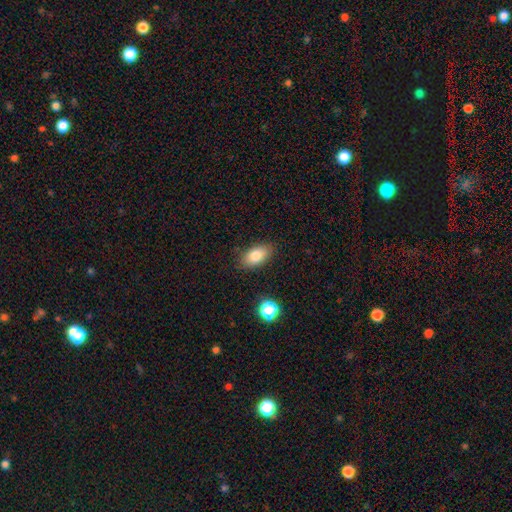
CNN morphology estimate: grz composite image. It shows a smooth galaxy with no disk features (81%) that is in between round and cigar-shaped (90%). Merging: none (85%).